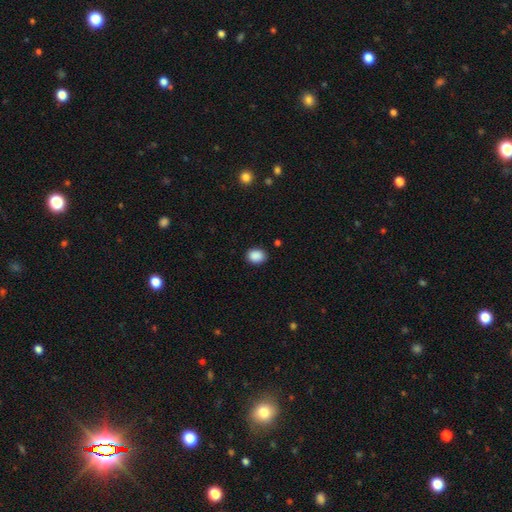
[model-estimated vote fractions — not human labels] Smooth or featured? Predicted: smooth (p=0.89). How rounded? Predicted: in between (p=0.56). Merging? Predicted: none (p=0.86).